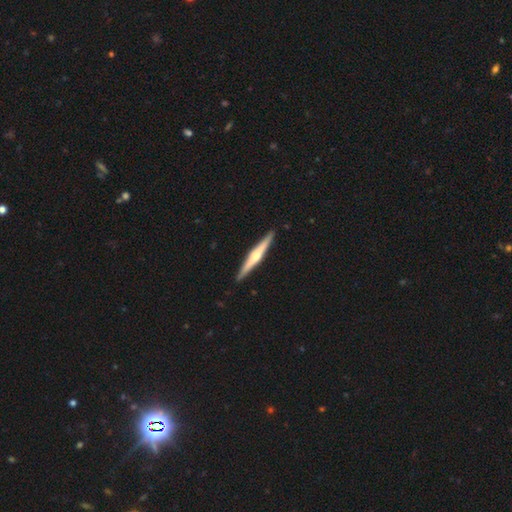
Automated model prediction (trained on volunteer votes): Smooth or featured?
  - featured or disk: 70% *
  - smooth: 25%
  - star or artifact: 4%
Edge-on disk?
  - yes: 98% *
  - no: 2%
Edge-on bulge?
  - rounded: 84% *
  - none: 9%
  - boxy: 8%
Merging?
  - none: 92% *
  - minor disturbance: 6%
  - major disturbance: 1%
  - merger: 1%